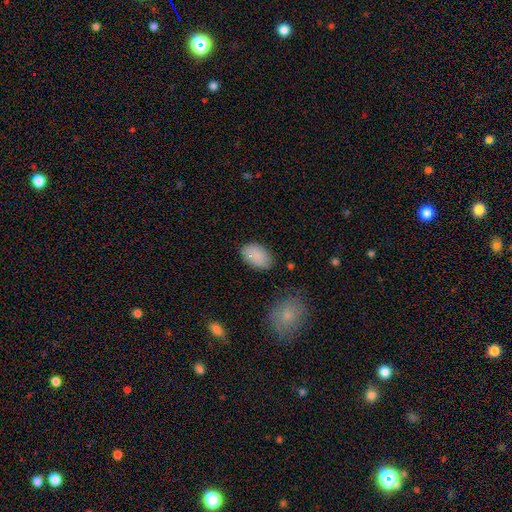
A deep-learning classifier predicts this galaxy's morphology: This is clearly a smooth galaxy (88%). How rounded: clearly in between (93%). Merging: likely none (79%).